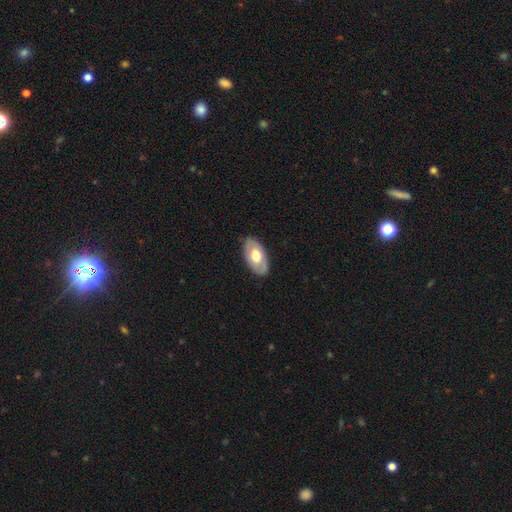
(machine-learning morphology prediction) Smooth or featured? smooth (53%)
How rounded? in between (93%)
Merging? none (83%)